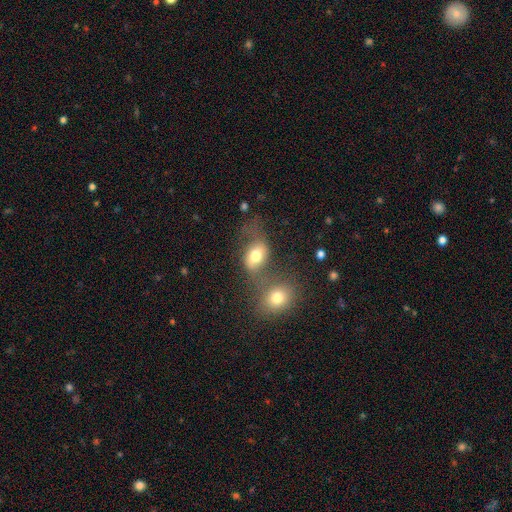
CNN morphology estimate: Smooth or featured? smooth (66%)
How rounded? in between (69%)
Merging? merger (38%)